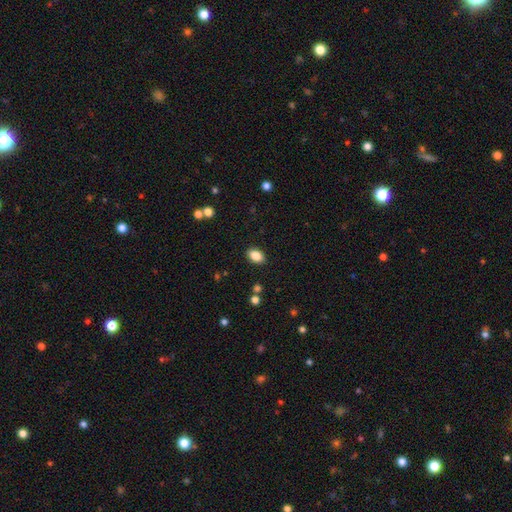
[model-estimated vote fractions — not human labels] Smooth or featured? Predicted: smooth (p=0.86). How rounded? Predicted: in between (p=0.86). Merging? Predicted: none (p=0.88).